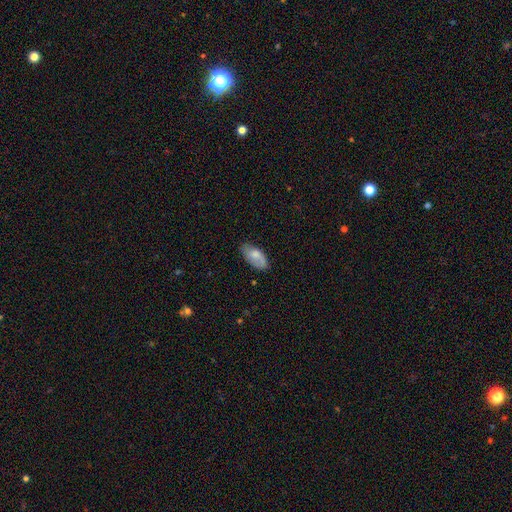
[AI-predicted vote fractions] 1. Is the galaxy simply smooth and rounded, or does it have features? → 69% smooth, 24% featured or disk, 6% star or artifact.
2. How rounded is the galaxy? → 93% in between, 4% cigar-shaped, 3% round.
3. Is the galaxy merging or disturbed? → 71% none, 22% minor disturbance, 5% major disturbance, 2% merger.